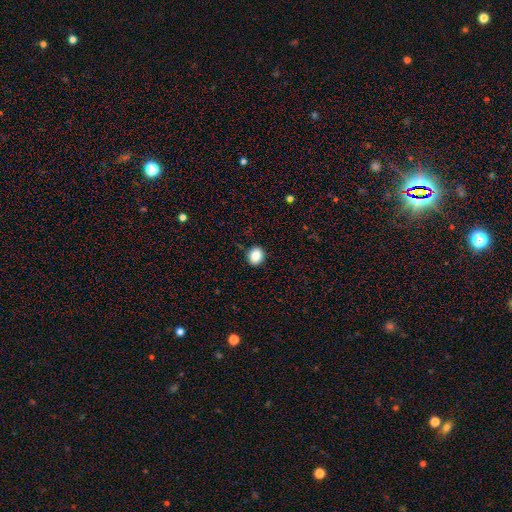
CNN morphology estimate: The model was most divided on "how rounded": round: 57%, in between: 42%, cigar-shaped: 1%. More confident: merging — none (88%); smooth or featured — smooth (86%).